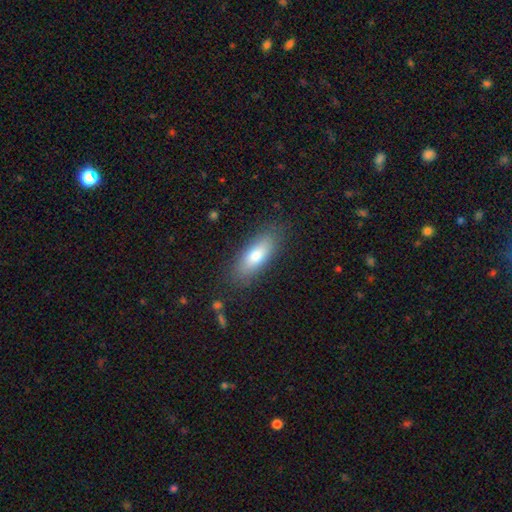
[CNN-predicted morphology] type=smooth (75%); roundness=in between (70%); merging=none (85%).